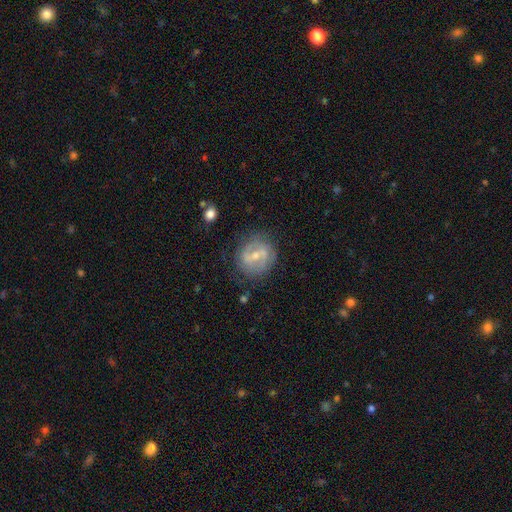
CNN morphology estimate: type=featured or disk (73%); edge-on=no (96%); bar=weak (48%); spiral arms=yes (81%); winding=medium (45%); arm count=2 (76%); bulge=small (55%); merging=none (75%).